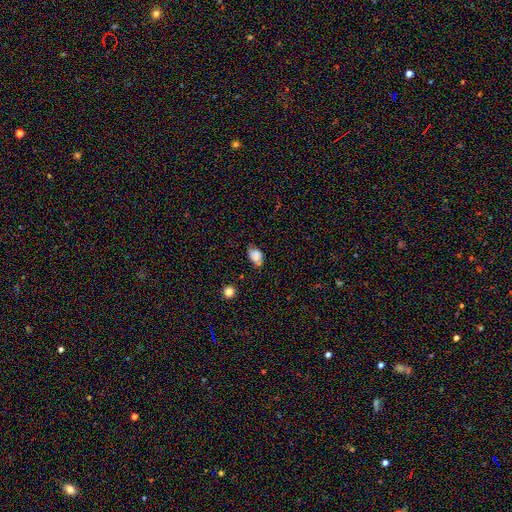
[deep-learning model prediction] Smooth or featured?
  - smooth: 74% *
  - star or artifact: 13%
  - featured or disk: 13%
How rounded?
  - in between: 81% *
  - round: 18%
  - cigar-shaped: 2%
Merging?
  - none: 66% *
  - minor disturbance: 26%
  - major disturbance: 5%
  - merger: 3%